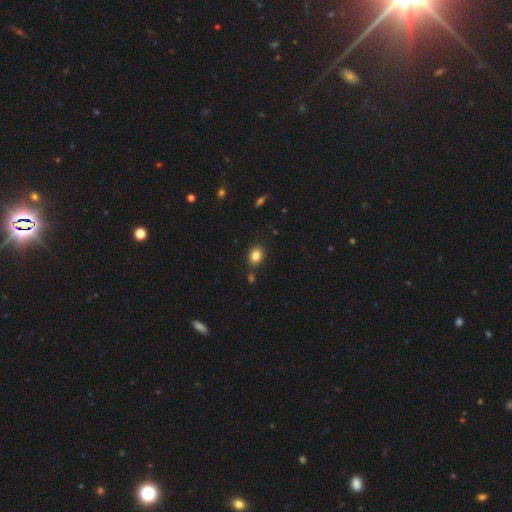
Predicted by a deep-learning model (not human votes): Overall: smooth (84%). How rounded: in between (57%; round 42%). Merging: none (82%).